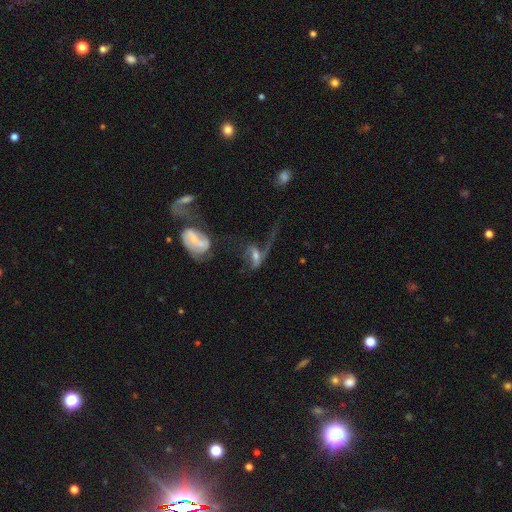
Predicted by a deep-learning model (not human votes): smooth_or_featured: featured or disk (p=0.64) [alt: smooth p=0.25]
disk_edge_on: no (p=0.87) [alt: yes p=0.13]
bar: no (p=0.39) [alt: weak p=0.38]
has_spiral_arms: yes (p=0.69) [alt: no p=0.31]
bulge_size: moderate (p=0.44) [alt: small p=0.35]
merging: major disturbance (p=0.48) [alt: merger p=0.22]